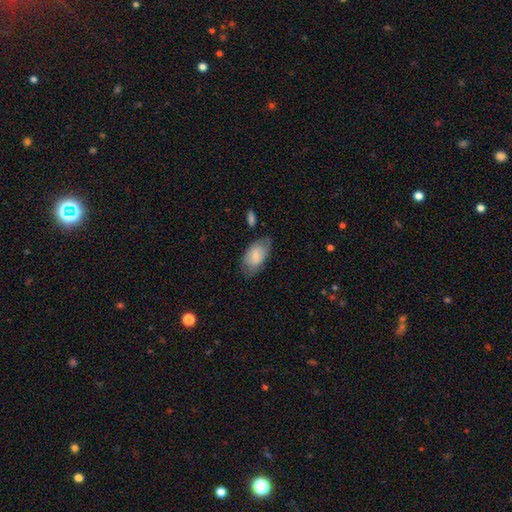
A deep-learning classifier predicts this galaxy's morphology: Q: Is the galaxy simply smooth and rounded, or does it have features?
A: smooth — 74%.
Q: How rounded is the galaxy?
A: in between — 94%.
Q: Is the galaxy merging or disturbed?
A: none — 66%.